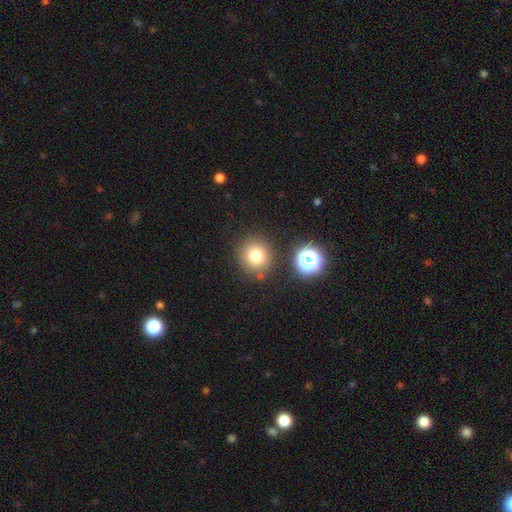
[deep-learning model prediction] smooth 78%, star or artifact 14%, featured or disk 8%. Down the decision tree: how rounded — round (92%); merging — none (83%).